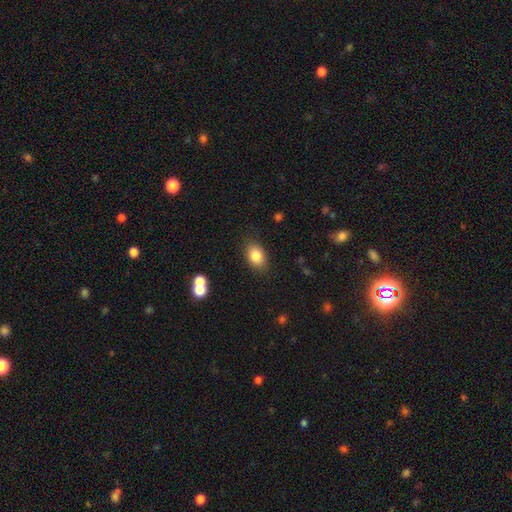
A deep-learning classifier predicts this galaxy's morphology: smooth 83%, star or artifact 9%, featured or disk 8%. Down the decision tree: how rounded — in between (83%); merging — none (84%).